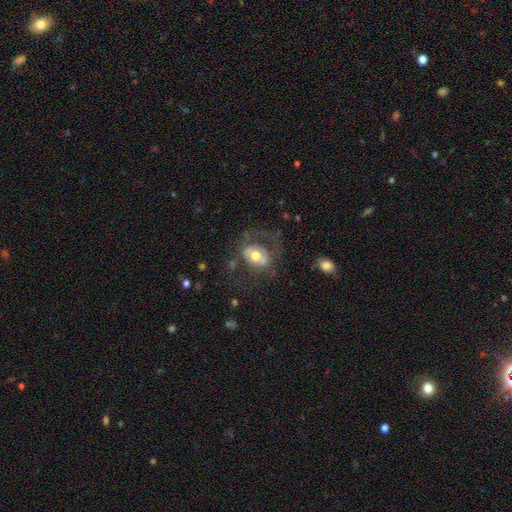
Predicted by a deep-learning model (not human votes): This is possibly a featured or disk galaxy (50%). It is clearly not viewed edge-on (95%). Merging: possibly none (49%).